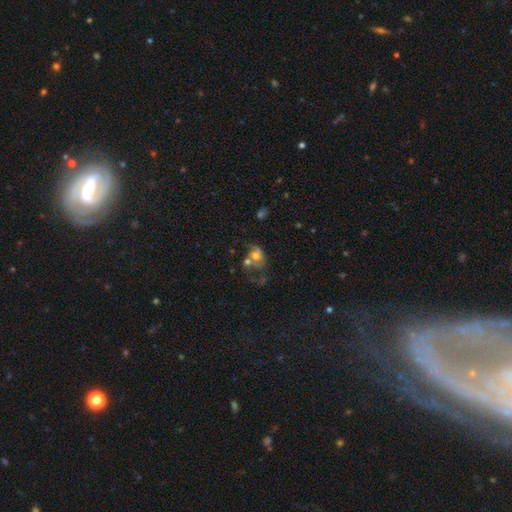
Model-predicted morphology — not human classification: Smooth or featured? smooth (50%)
Merging? merger (38%)